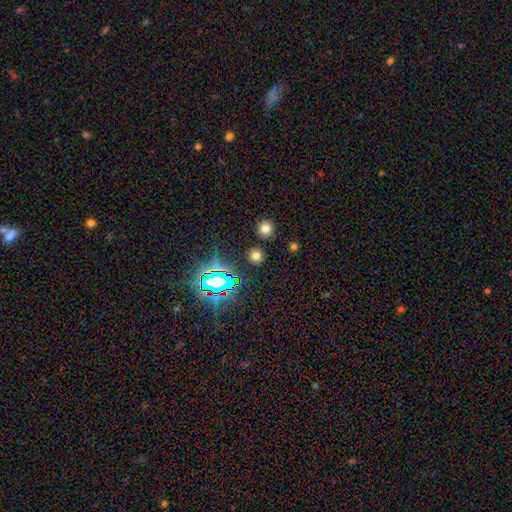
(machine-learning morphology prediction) smooth 66%, star or artifact 28%, featured or disk 6%. Down the decision tree: how rounded — round (91%); merging — none (86%).